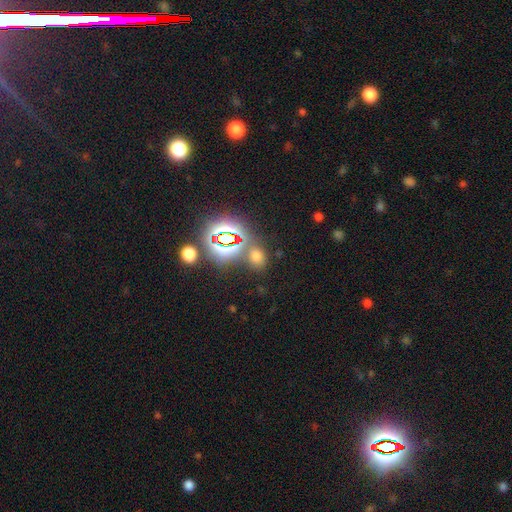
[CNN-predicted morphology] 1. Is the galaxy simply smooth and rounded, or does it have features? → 53% smooth, 40% star or artifact, 7% featured or disk.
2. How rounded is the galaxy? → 51% in between, 47% round, 2% cigar-shaped.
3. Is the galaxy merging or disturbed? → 75% none, 10% minor disturbance, 10% merger, 5% major disturbance.